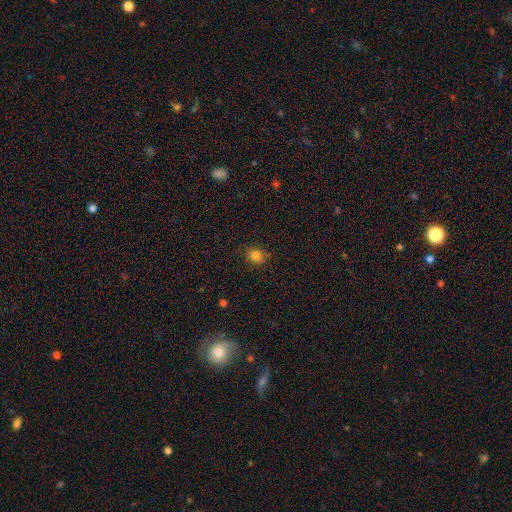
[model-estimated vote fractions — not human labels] Q: Smooth or featured?
A: smooth (83%); runner-up: star or artifact (13%)
Q: How rounded?
A: round (69%); runner-up: in between (30%)
Q: Merging?
A: none (83%); runner-up: minor disturbance (13%)